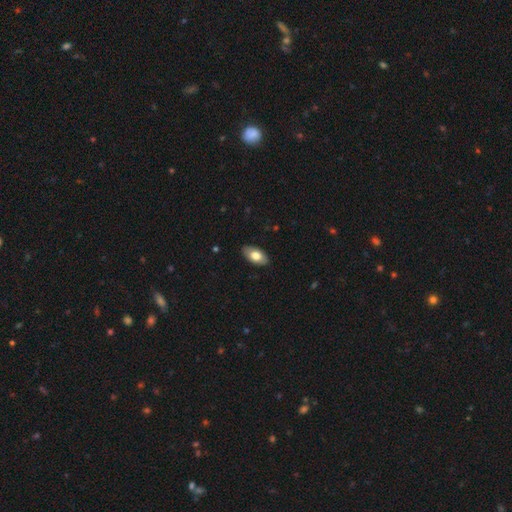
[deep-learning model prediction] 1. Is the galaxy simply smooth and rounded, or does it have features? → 73% smooth, 21% featured or disk, 6% star or artifact.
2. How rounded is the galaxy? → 94% in between, 3% round, 3% cigar-shaped.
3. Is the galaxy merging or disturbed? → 87% none, 10% minor disturbance, 2% major disturbance, 1% merger.